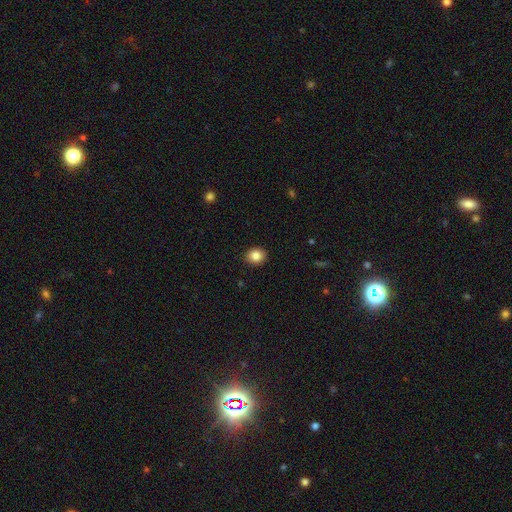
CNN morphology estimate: smooth-or-featured: smooth: 86% | star or artifact: 9% | featured or disk: 5%
  how-rounded: round: 67% | in between: 32% | cigar-shaped: 1%
  merging: none: 91% | minor disturbance: 7% | major disturbance: 2% | merger: 1%